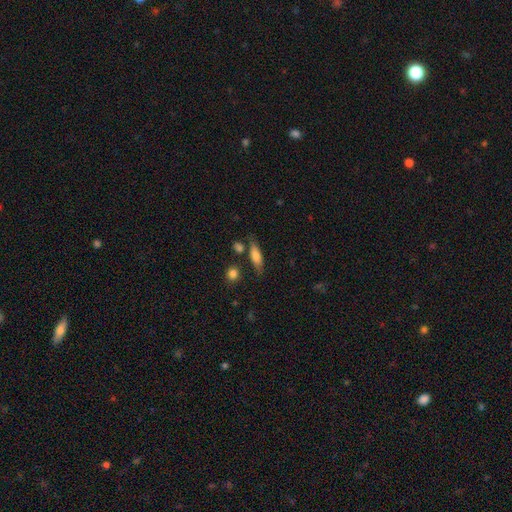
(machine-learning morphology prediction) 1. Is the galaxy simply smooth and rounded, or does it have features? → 71% smooth, 22% featured or disk, 7% star or artifact.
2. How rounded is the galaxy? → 50% in between, 47% cigar-shaped, 4% round.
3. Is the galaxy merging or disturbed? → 72% none, 16% minor disturbance, 7% merger, 5% major disturbance.